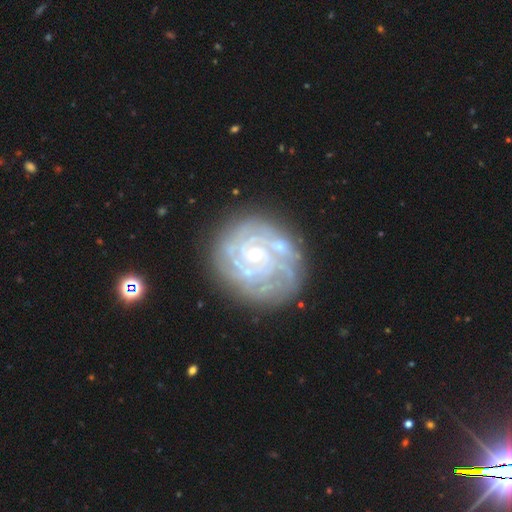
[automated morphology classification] This is clearly a featured or disk galaxy (87%). It is clearly not viewed edge-on (98%). Bar: likely no (77%). Spiral arm pattern: clearly yes (96%). Spiral arm count: marginally can't tell (28%). Spiral winding: likely tight (78%). Central bulge: likely small (73%). Merging: likely none (74%).